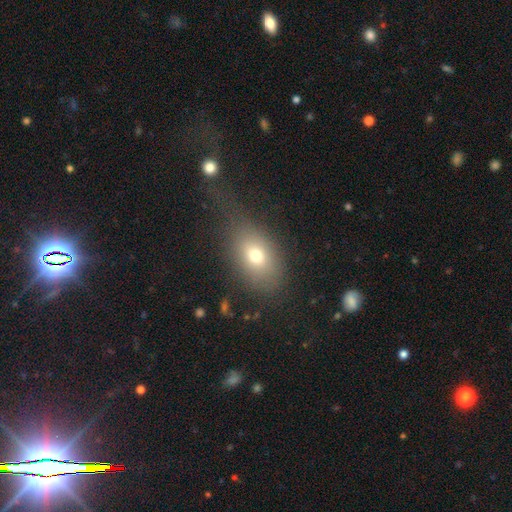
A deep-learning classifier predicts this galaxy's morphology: Q: Smooth or featured?
A: smooth (71%); runner-up: featured or disk (17%)
Q: How rounded?
A: in between (75%); runner-up: round (22%)
Q: Merging?
A: none (45%); runner-up: major disturbance (25%)